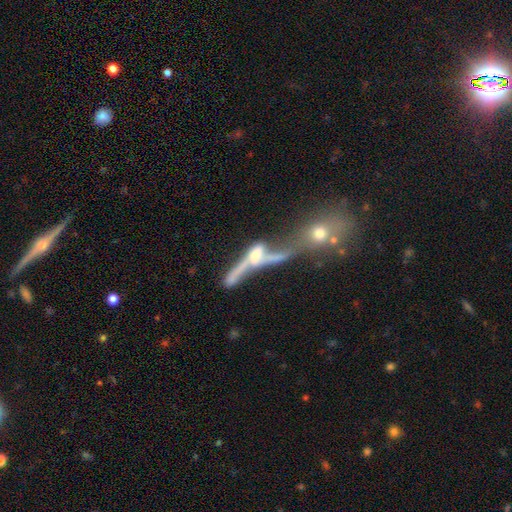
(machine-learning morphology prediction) Smooth or featured? Predicted: featured or disk (p=0.68). Edge-on disk? Predicted: no (p=0.52). Merging? Predicted: merger (p=0.64).